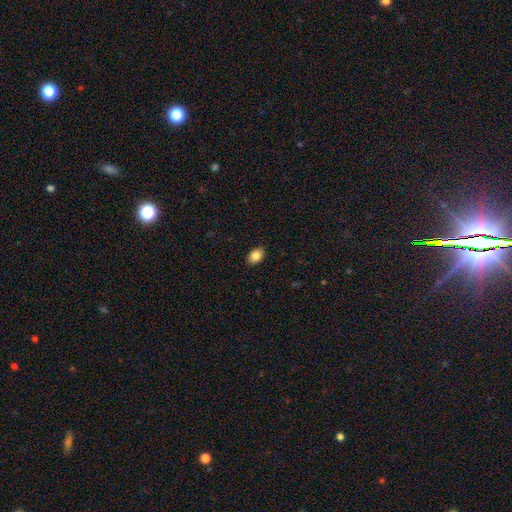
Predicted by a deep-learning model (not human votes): Overall: smooth (85%). How rounded: in between (86%). Merging: none (89%).